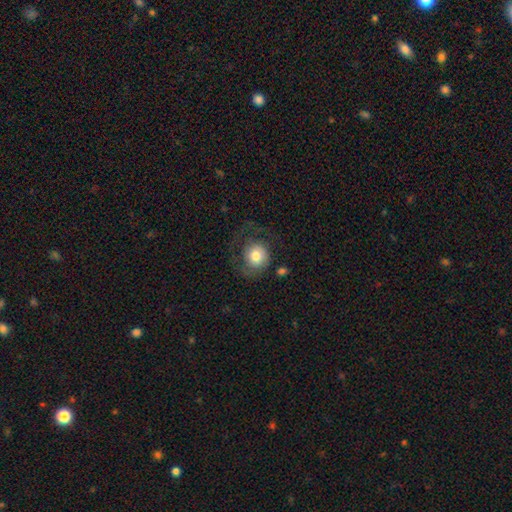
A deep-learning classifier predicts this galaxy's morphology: smooth 62%, featured or disk 30%, star or artifact 8%. Down the decision tree: how rounded — round (82%); merging — none (48%).